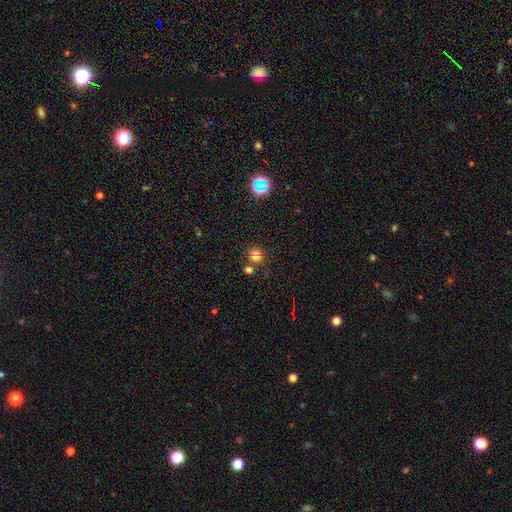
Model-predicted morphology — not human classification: A smooth galaxy with no disk features (72%) that is round (88%). Merging: none (69%).